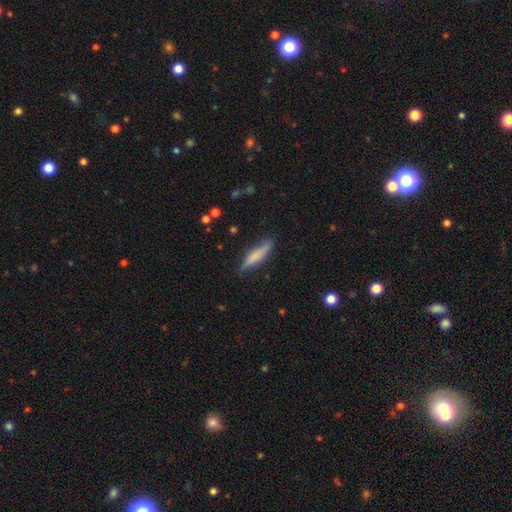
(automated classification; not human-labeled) This is likely a smooth galaxy (67%). How rounded: clearly cigar-shaped (82%). Merging: likely none (78%).